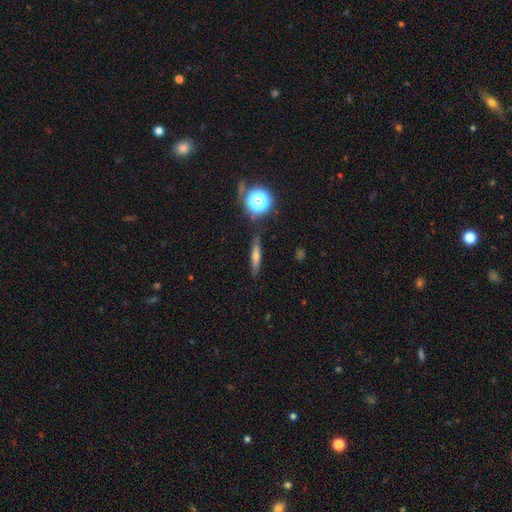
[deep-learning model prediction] The model was most divided on "smooth or featured": smooth: 48%, featured or disk: 36%, star or artifact: 16%. More confident: merging — none (84%).